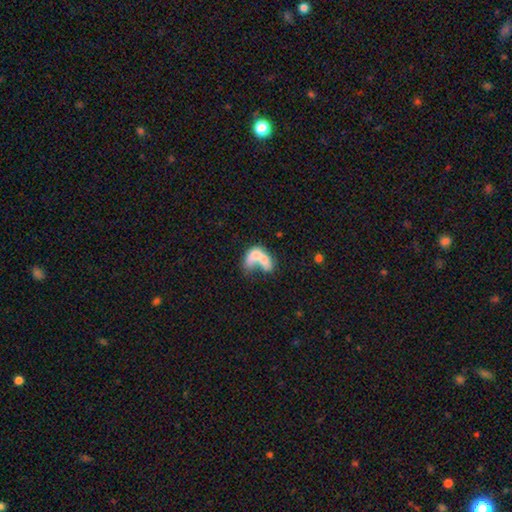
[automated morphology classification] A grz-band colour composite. It shows a smooth galaxy with no disk features (58%) that is in between round and cigar-shaped (82%). Merging: merger (63%).